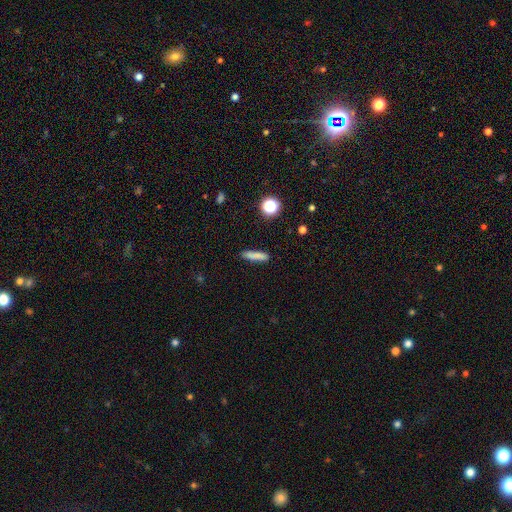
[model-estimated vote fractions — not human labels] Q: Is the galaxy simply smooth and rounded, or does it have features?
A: smooth — 81%.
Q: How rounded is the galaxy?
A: cigar-shaped — 83%.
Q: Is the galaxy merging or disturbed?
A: none — 86%.